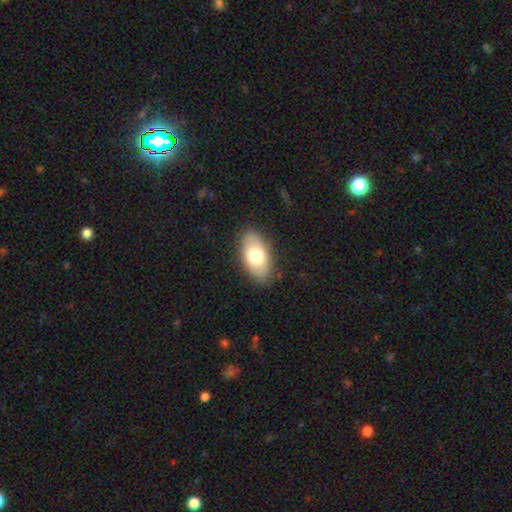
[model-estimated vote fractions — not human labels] Q: Smooth or featured?
A: smooth (74%); runner-up: featured or disk (20%)
Q: How rounded?
A: in between (94%); runner-up: round (4%)
Q: Merging?
A: none (84%); runner-up: minor disturbance (12%)